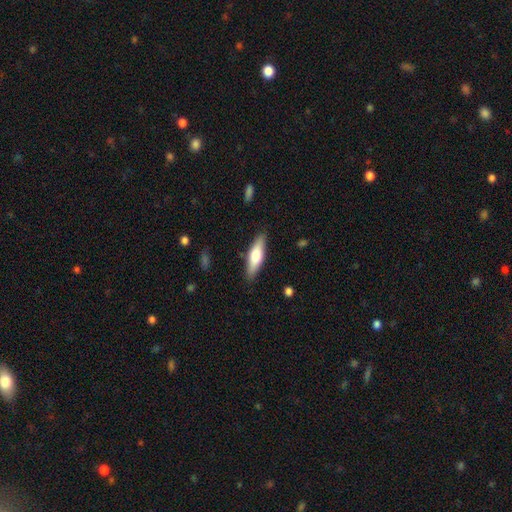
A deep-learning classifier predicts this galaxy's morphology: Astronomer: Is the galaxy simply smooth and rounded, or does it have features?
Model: smooth — 62%.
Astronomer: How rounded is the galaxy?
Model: cigar-shaped — 52% (runner-up: in between, 46%).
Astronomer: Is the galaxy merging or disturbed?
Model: none — 86%.